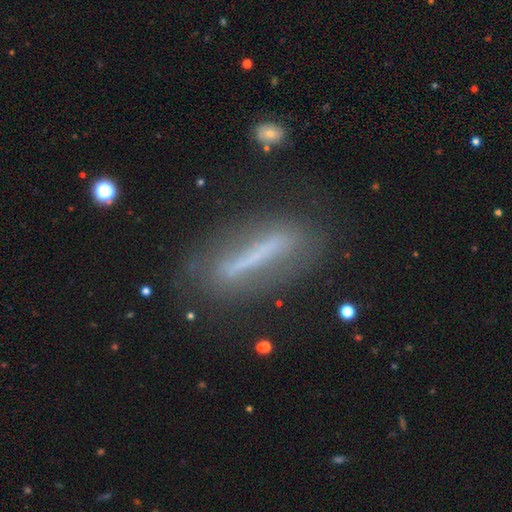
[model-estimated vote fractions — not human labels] Smooth or featured?
  - featured or disk: 51% *
  - smooth: 38%
  - star or artifact: 11%
Edge-on disk?
  - yes: 65% *
  - no: 35%
Merging?
  - none: 74% *
  - minor disturbance: 15%
  - major disturbance: 7%
  - merger: 4%